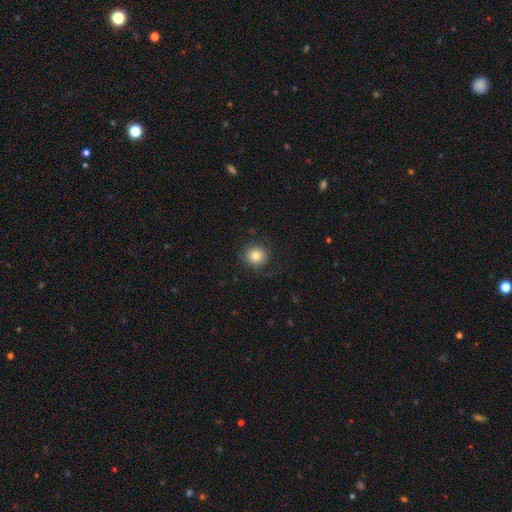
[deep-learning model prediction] smooth-or-featured: smooth: 79% | featured or disk: 11% | star or artifact: 10%
  how-rounded: round: 91% | in between: 8% | cigar-shaped: 1%
  merging: none: 80% | minor disturbance: 12% | major disturbance: 7% | merger: 1%